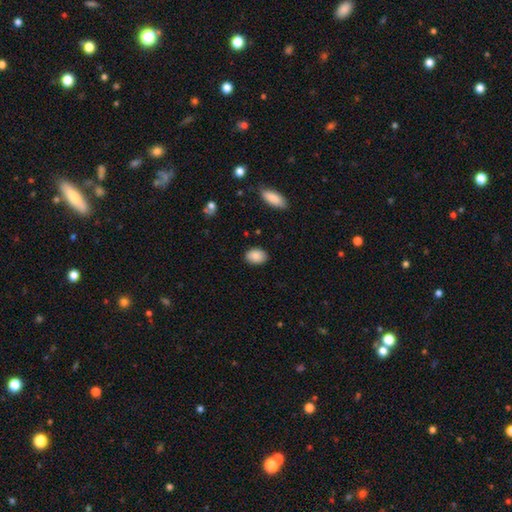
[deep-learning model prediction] A smooth galaxy with no disk features (88%) that is in between round and cigar-shaped (80%). Merging: none (87%).